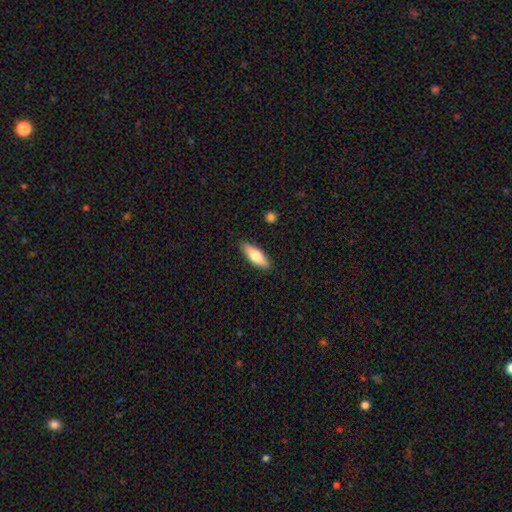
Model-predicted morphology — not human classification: Overall: smooth (70%). How rounded: in between (63%; cigar-shaped 35%). Merging: none (88%).